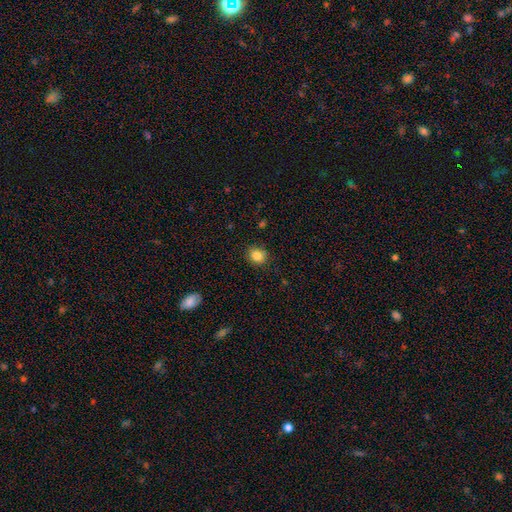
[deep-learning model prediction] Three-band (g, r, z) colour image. It shows a smooth galaxy with no disk features (85%) that is round (70%). Merging: none (86%).